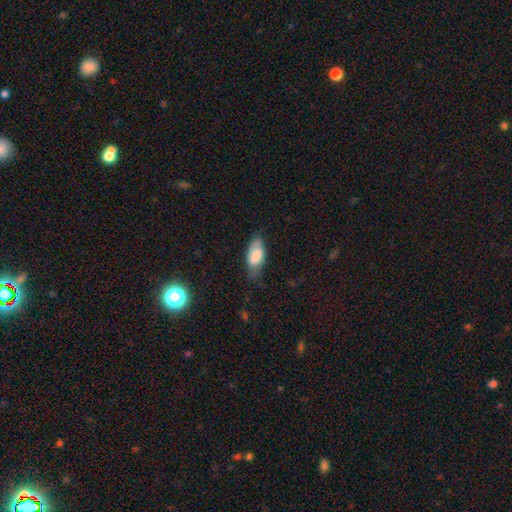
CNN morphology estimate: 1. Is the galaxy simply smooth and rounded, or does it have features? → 68% smooth, 25% featured or disk, 7% star or artifact.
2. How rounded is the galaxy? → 87% in between, 11% cigar-shaped, 2% round.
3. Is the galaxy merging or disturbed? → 55% none, 33% minor disturbance, 10% major disturbance, 2% merger.